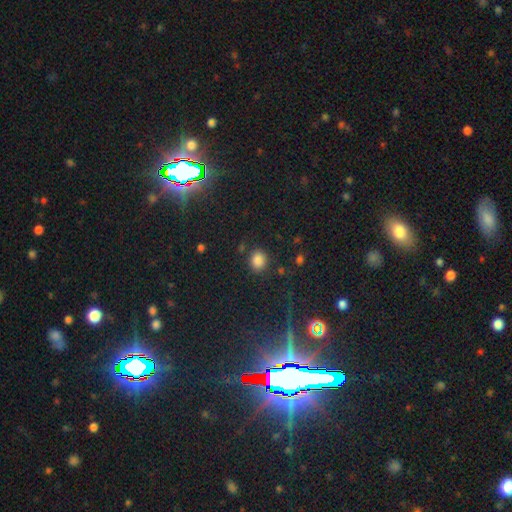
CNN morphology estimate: This is likely a smooth galaxy (65%). How rounded: likely round (63%). Merging: clearly none (87%).